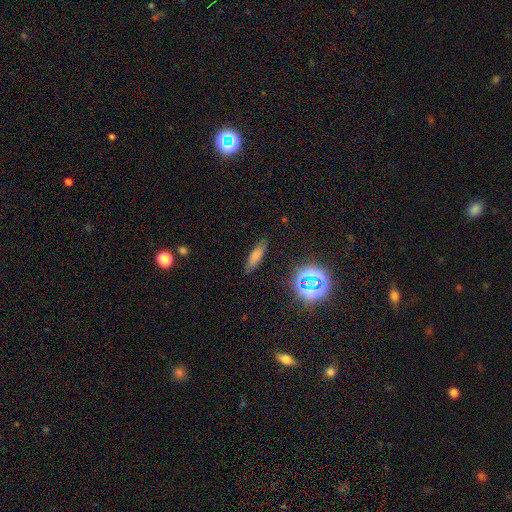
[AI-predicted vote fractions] Overall: smooth (70%). How rounded: cigar-shaped (54%; in between 43%). Merging: none (83%).